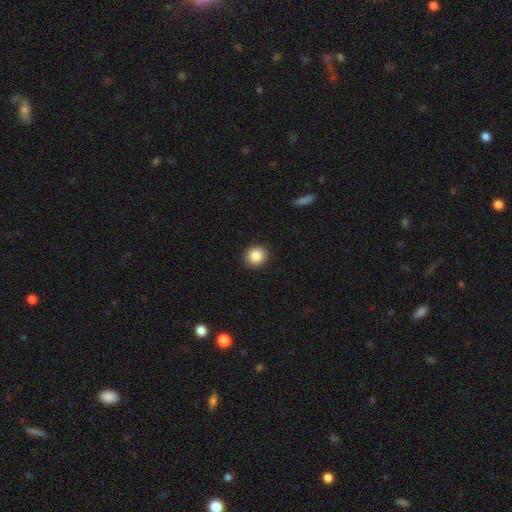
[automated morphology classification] This is clearly a smooth galaxy (87%). How rounded: clearly round (86%). Merging: clearly none (92%).